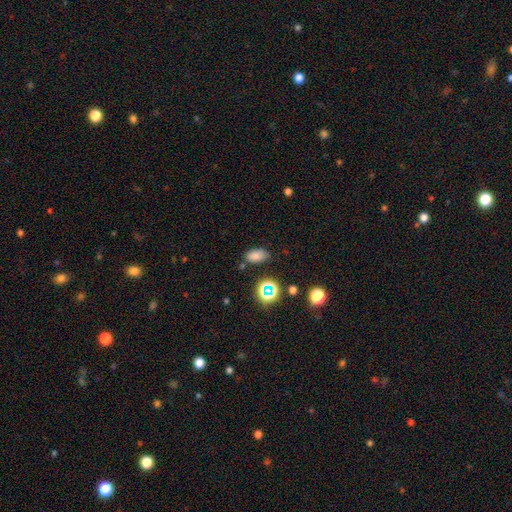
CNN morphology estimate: A smooth galaxy with no disk features (76%) that is in between round and cigar-shaped (89%). Merging: none (76%).